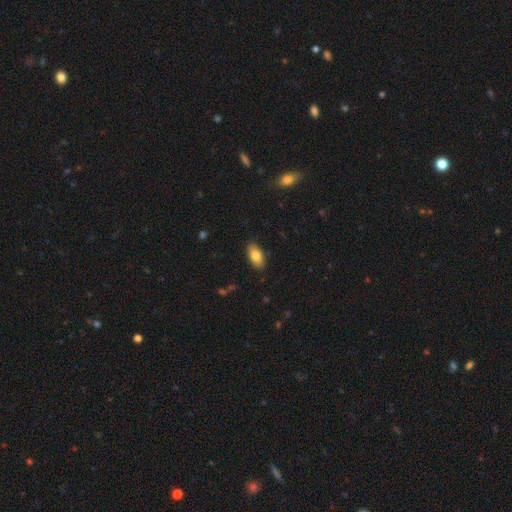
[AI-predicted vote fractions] A smooth galaxy with no disk features (80%) that is in between round and cigar-shaped (90%).

Vote fractions:
- Smooth or featured? smooth: 80% / featured or disk: 13% / star or artifact: 7%
- How rounded? in between: 90% / cigar-shaped: 7% / round: 3%
- Merging? none: 87% / minor disturbance: 10% / major disturbance: 2% / merger: 1%